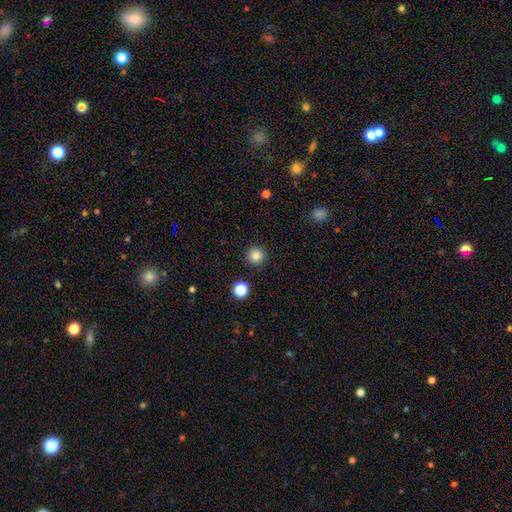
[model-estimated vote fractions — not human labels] Overall: smooth (85%). How rounded: round (95%). Merging: none (91%).